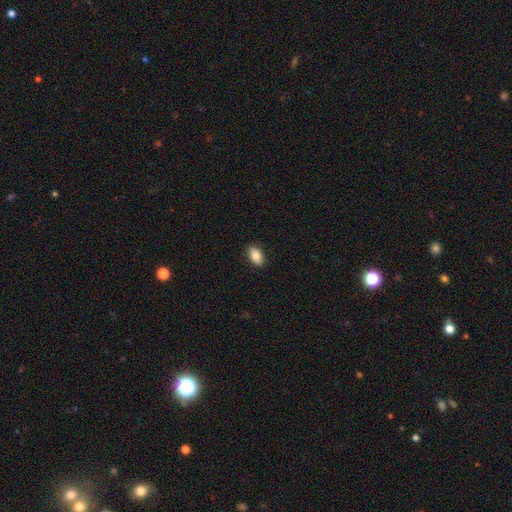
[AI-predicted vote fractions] Smooth or featured: smooth — 83% (featured or disk — 10%)
How rounded: in between — 92% (round — 6%)
Merging: none — 89% (minor disturbance — 8%)